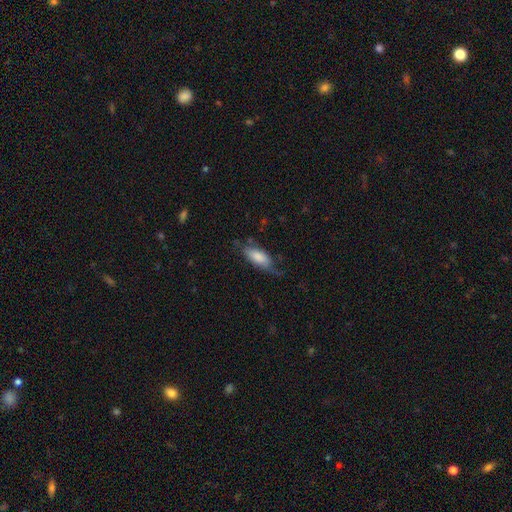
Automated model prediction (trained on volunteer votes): smooth_or_featured: smooth (p=0.68) [alt: featured or disk p=0.25]
how_rounded: in between (p=0.79) [alt: cigar-shaped p=0.19]
merging: none (p=0.50) [alt: minor disturbance p=0.31]